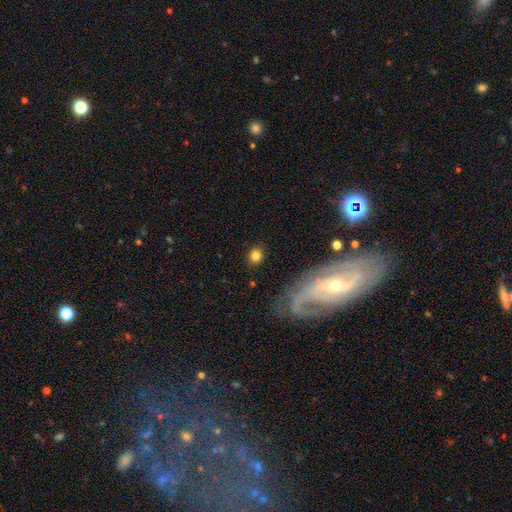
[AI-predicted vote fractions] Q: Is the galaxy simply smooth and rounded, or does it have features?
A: smooth — 79%.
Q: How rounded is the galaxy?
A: round — 76%.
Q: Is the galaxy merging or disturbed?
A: none — 87%.